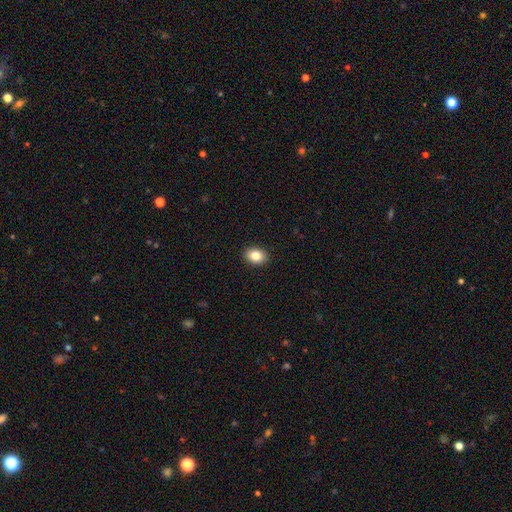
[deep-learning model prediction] A smooth galaxy with no disk features (84%) that is in between round and cigar-shaped (67%). Merging: none (91%).